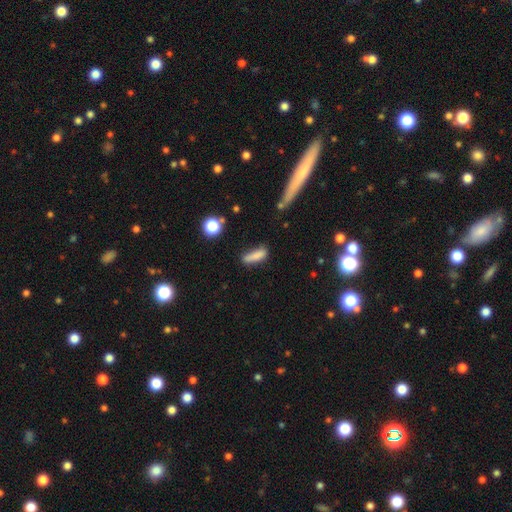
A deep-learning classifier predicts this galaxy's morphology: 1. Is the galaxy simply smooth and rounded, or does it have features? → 80% smooth, 10% featured or disk, 10% star or artifact.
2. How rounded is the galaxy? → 57% cigar-shaped, 40% in between, 3% round.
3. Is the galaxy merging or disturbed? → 60% none, 25% minor disturbance, 8% major disturbance, 7% merger.